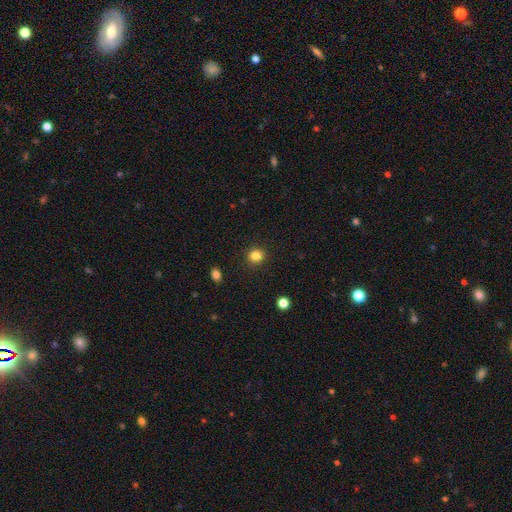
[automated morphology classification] Smooth or featured: smooth — 84% (star or artifact — 12%)
How rounded: round — 87% (in between — 12%)
Merging: none — 91% (minor disturbance — 6%)